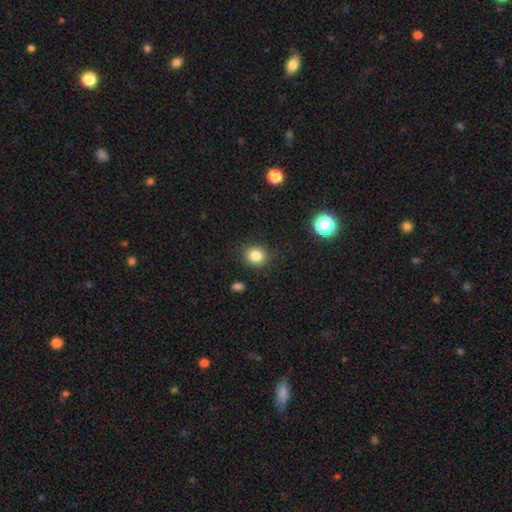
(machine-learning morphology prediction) This is clearly a smooth galaxy (83%). How rounded: likely round (77%). Merging: clearly none (88%).